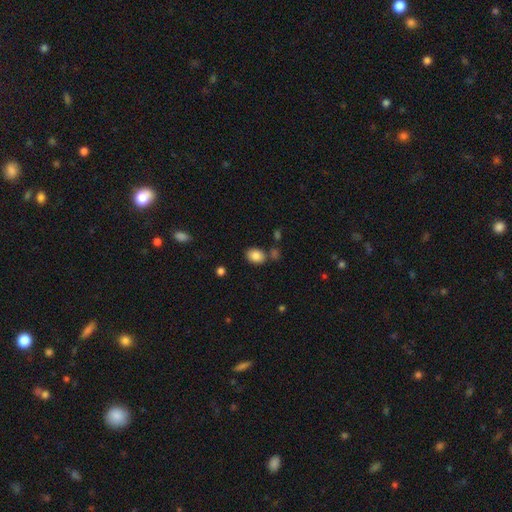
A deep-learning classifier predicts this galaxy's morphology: smooth 85%, star or artifact 9%, featured or disk 7%. Down the decision tree: how rounded — in between (73%); merging — none (74%).